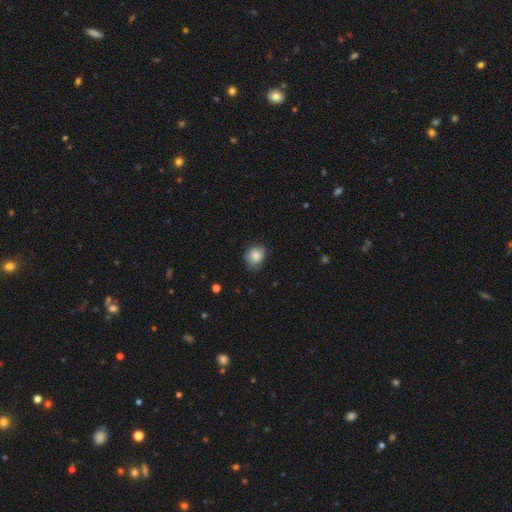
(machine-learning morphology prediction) smooth 84%, star or artifact 8%, featured or disk 8%. Down the decision tree: how rounded — round (66%); merging — none (66%).